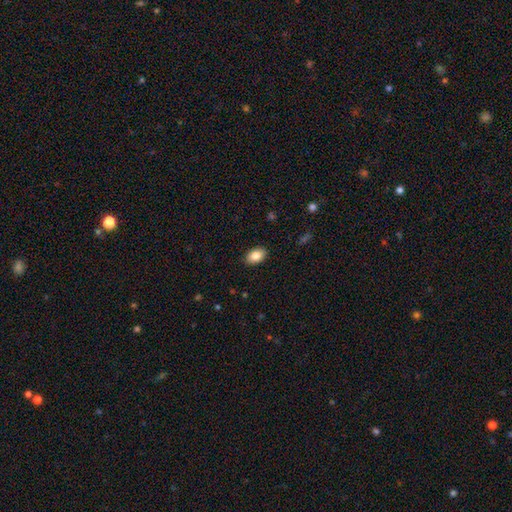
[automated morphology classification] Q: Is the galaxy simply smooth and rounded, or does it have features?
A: smooth — 86%.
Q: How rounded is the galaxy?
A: in between — 91%.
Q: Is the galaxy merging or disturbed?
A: none — 89%.